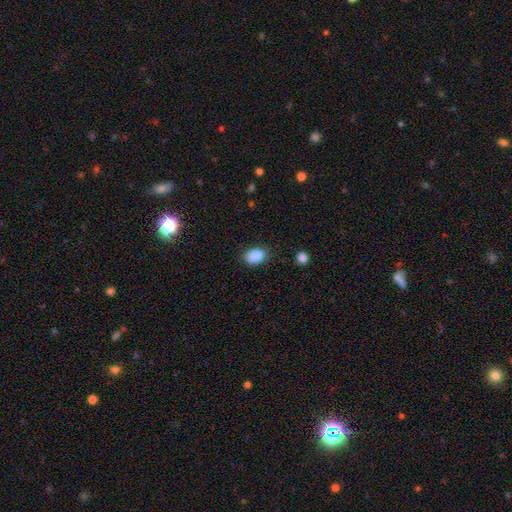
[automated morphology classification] smooth 88%, star or artifact 8%, featured or disk 4%. Down the decision tree: how rounded — in between (80%); merging — none (82%).